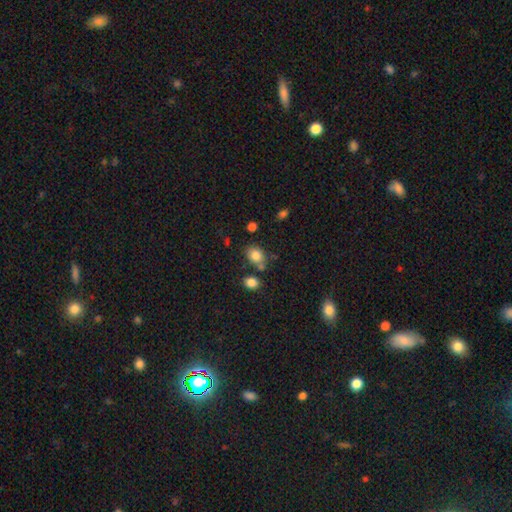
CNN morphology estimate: A smooth galaxy with no disk features (81%) that is in between round and cigar-shaped (60%). Merging: none (62%).